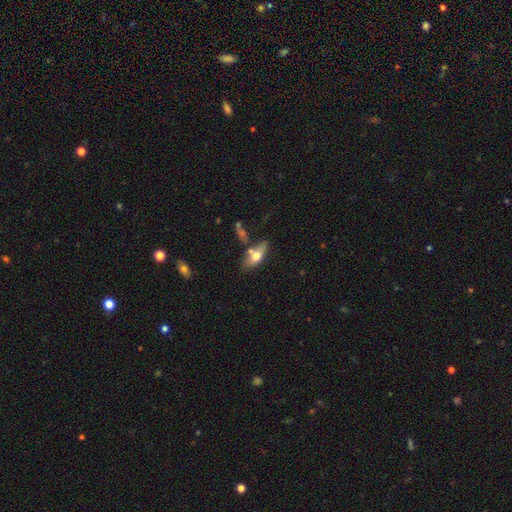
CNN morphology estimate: This appears to be a smooth galaxy with no disk features (60%) that is in between round and cigar-shaped (77%). Merging: none (53%).